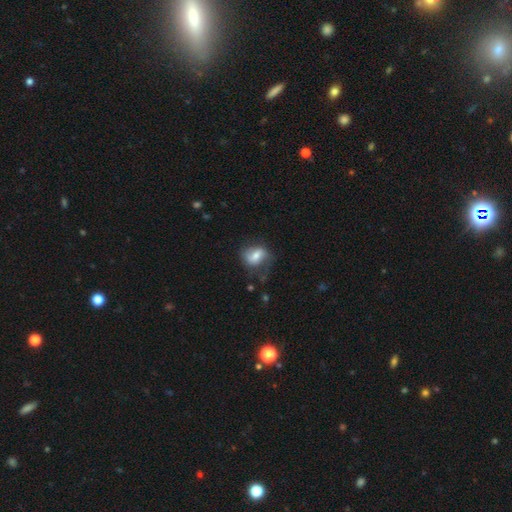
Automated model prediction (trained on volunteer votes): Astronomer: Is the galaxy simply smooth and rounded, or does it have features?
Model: smooth — 58% (runner-up: featured or disk, 34%).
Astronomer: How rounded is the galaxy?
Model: in between — 60% (runner-up: round, 39%).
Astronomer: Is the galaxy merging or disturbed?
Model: none — 60%.